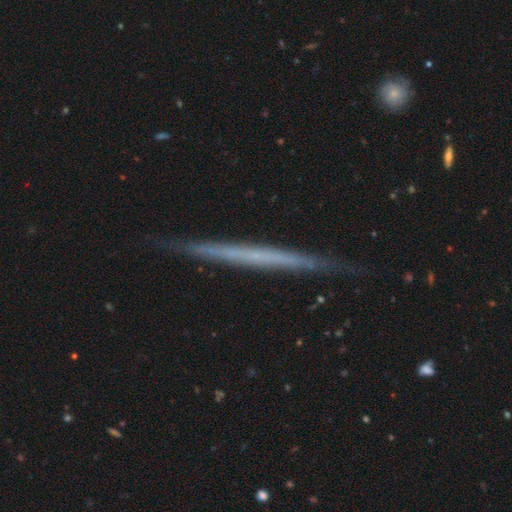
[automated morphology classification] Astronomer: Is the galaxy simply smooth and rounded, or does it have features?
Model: featured or disk — 63%.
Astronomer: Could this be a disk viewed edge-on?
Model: yes — 97%.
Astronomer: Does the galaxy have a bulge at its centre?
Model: none — 92%.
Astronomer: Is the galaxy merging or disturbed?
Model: none — 89%.